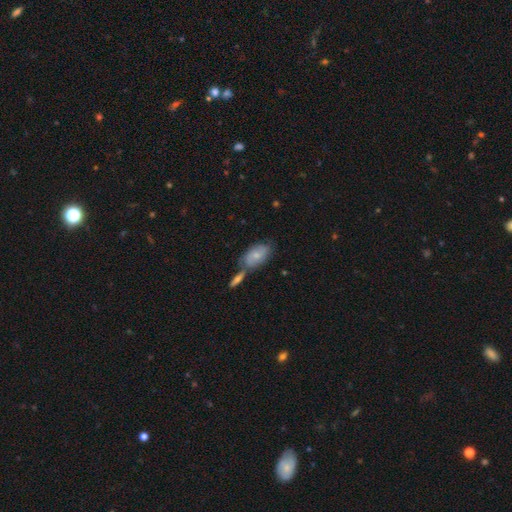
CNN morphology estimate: Q: Smooth or featured?
A: smooth (55%); runner-up: featured or disk (38%)
Q: How rounded?
A: in between (90%); runner-up: round (5%)
Q: Merging?
A: none (44%); runner-up: merger (34%)